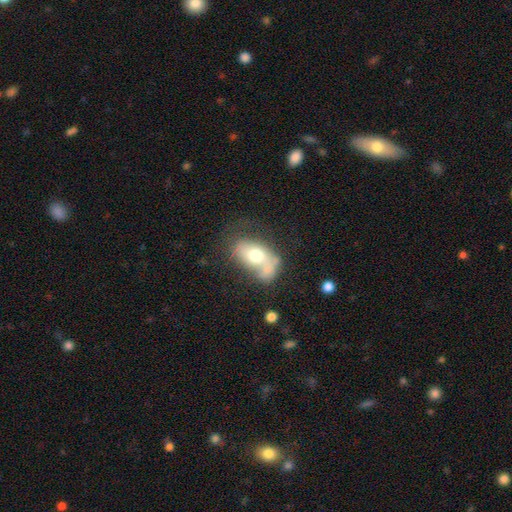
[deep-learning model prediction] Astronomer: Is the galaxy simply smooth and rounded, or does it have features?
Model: smooth — 60%.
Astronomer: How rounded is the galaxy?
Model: in between — 88%.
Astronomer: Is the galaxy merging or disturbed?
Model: none — 29% (runner-up: merger, 28%).